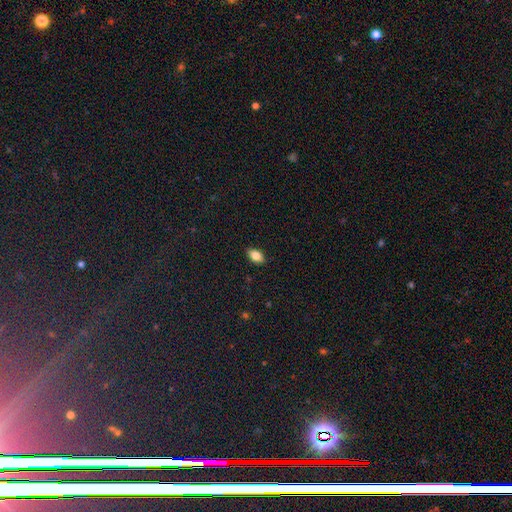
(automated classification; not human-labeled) smooth_or_featured: smooth (p=0.83) [alt: featured or disk p=0.09]
how_rounded: in between (p=0.89) [alt: round p=0.08]
merging: none (p=0.88) [alt: minor disturbance p=0.09]